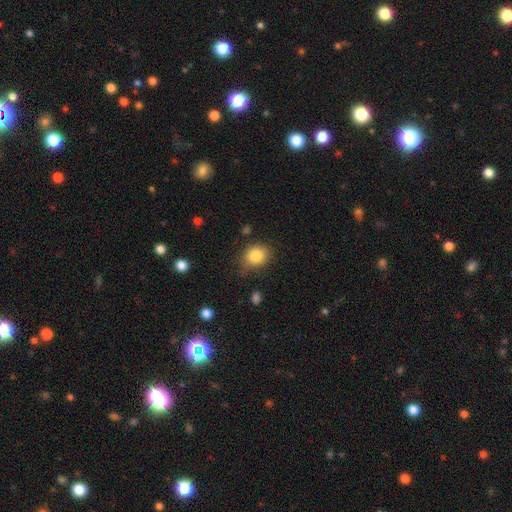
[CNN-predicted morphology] smooth-or-featured: smooth: 84% | star or artifact: 10% | featured or disk: 6%
  how-rounded: round: 64% | in between: 36% | cigar-shaped: 1%
  merging: none: 67% | minor disturbance: 24% | major disturbance: 6% | merger: 3%